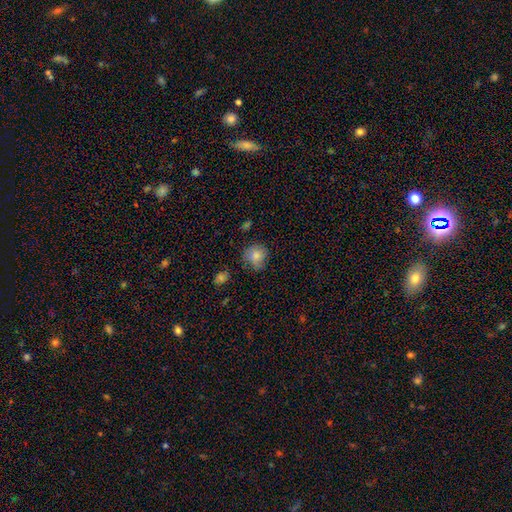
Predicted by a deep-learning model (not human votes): Smooth or featured?
  - smooth: 82% *
  - star or artifact: 9%
  - featured or disk: 9%
How rounded?
  - round: 82% *
  - in between: 17%
  - cigar-shaped: 1%
Merging?
  - none: 66% *
  - minor disturbance: 25%
  - major disturbance: 7%
  - merger: 3%